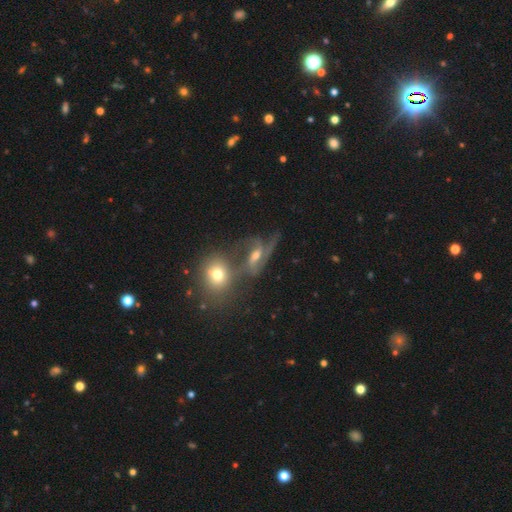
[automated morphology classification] Smooth or featured? Predicted: featured or disk (p=0.72). Edge-on disk? Predicted: no (p=0.88). Bar? Predicted: no (p=0.42). Spiral arms? Predicted: yes (p=0.88). Spiral winding? Predicted: medium (p=0.41). Spiral arm count? Predicted: 2 (p=0.61). Bulge size? Predicted: moderate (p=0.52). Merging? Predicted: none (p=0.43).